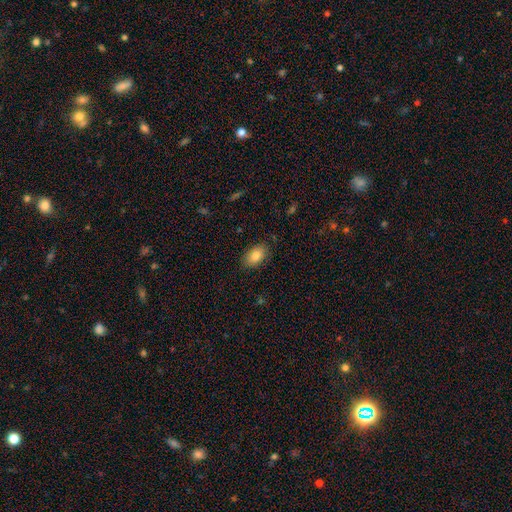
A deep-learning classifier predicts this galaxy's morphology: Q: Smooth or featured?
A: smooth (85%); runner-up: featured or disk (8%)
Q: How rounded?
A: in between (90%); runner-up: round (9%)
Q: Merging?
A: none (86%); runner-up: minor disturbance (11%)